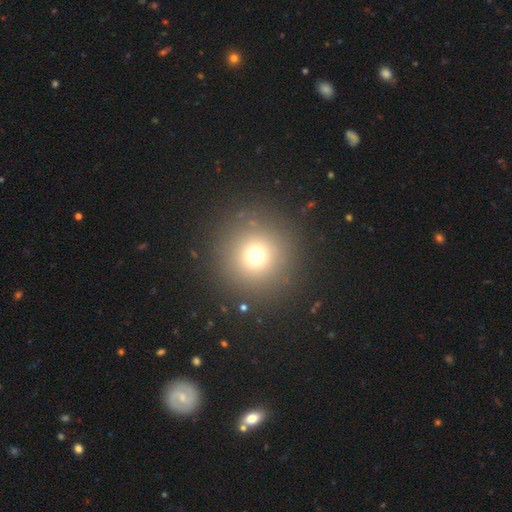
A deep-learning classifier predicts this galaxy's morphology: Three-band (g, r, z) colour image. It shows a smooth galaxy with no disk features (70%) that is round (96%). Merging: none (89%).